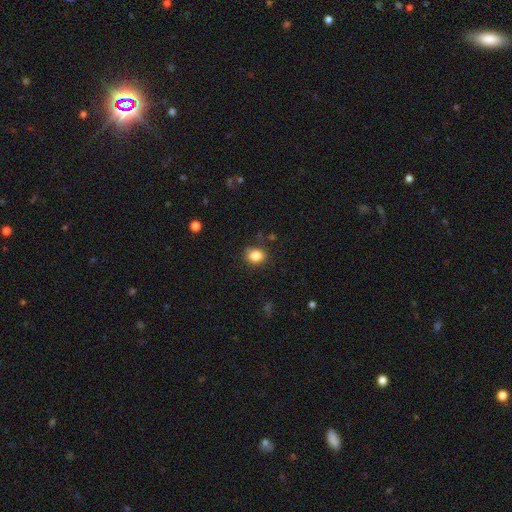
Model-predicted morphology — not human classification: Q: Smooth or featured?
A: smooth (85%); runner-up: star or artifact (10%)
Q: How rounded?
A: round (53%); runner-up: in between (46%)
Q: Merging?
A: none (81%); runner-up: minor disturbance (13%)